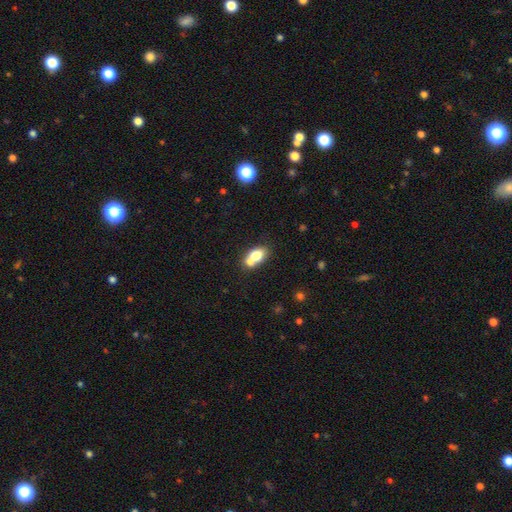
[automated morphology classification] Smooth or featured? Predicted: smooth (p=0.74). How rounded? Predicted: in between (p=0.79). Merging? Predicted: merger (p=0.48).